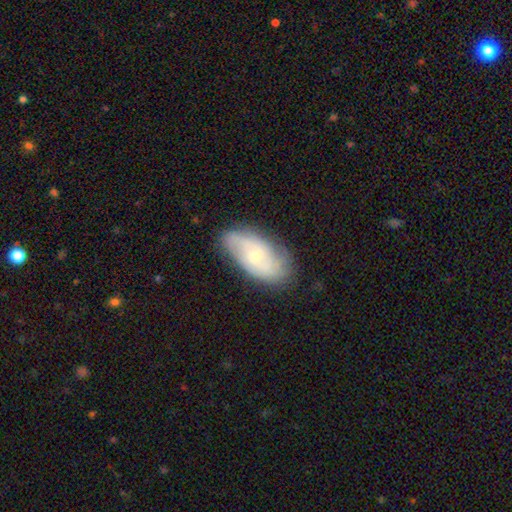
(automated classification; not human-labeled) smooth-or-featured: featured or disk: 56% | smooth: 37% | star or artifact: 7%
  disk-edge-on: no: 93% | yes: 7%
    bar: no: 54% | weak: 40% | strong: 7%
    has-spiral-arms: yes: 80% | no: 20%
    bulge-size: small: 56% | moderate: 36% | none: 4% | large: 3% | dominant: 1%
  merging: none: 72% | minor disturbance: 21% | major disturbance: 6% | merger: 2%